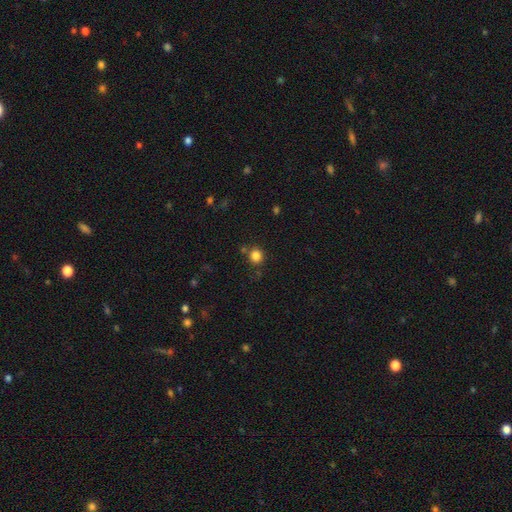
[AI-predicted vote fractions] Smooth or featured: smooth — 83% (star or artifact — 12%)
How rounded: round — 88% (in between — 11%)
Merging: none — 79% (minor disturbance — 10%)